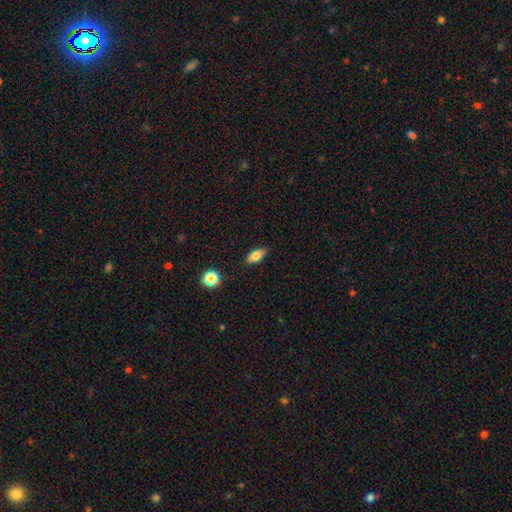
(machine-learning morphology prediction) Overall: smooth (72%). How rounded: in between (81%). Merging: none (87%).